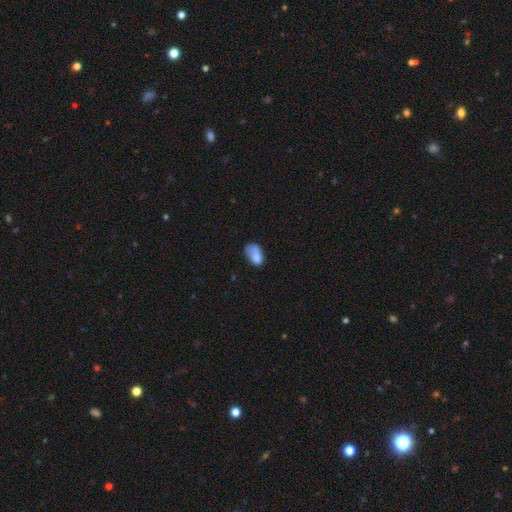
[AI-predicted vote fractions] The model was most divided on "merging": none: 38%, minor disturbance: 31%, major disturbance: 19%, merger: 12%. More confident: how rounded — in between (88%); smooth or featured — smooth (74%).